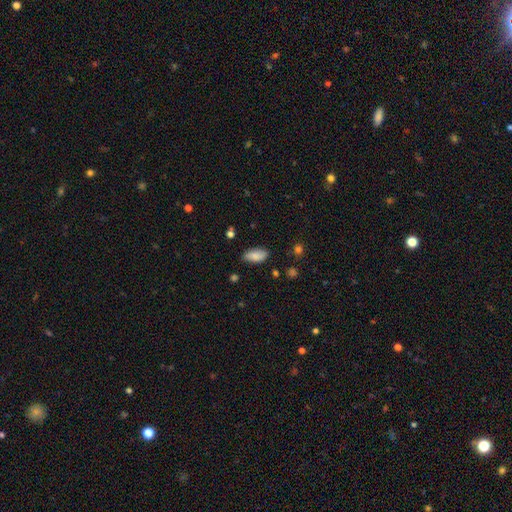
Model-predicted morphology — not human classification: This is clearly a smooth galaxy (83%). How rounded: clearly in between (91%). Merging: likely none (79%).